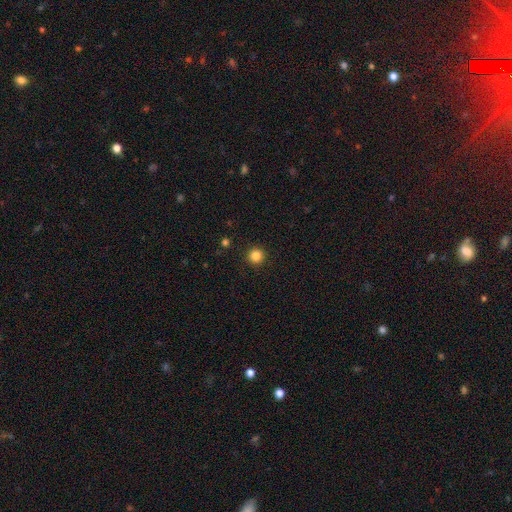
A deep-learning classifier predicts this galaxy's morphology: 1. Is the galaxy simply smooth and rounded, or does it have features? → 85% smooth, 12% star or artifact, 4% featured or disk.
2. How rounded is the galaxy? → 96% round, 3% in between, 1% cigar-shaped.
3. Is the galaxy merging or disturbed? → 93% none, 4% minor disturbance, 2% major disturbance, 1% merger.